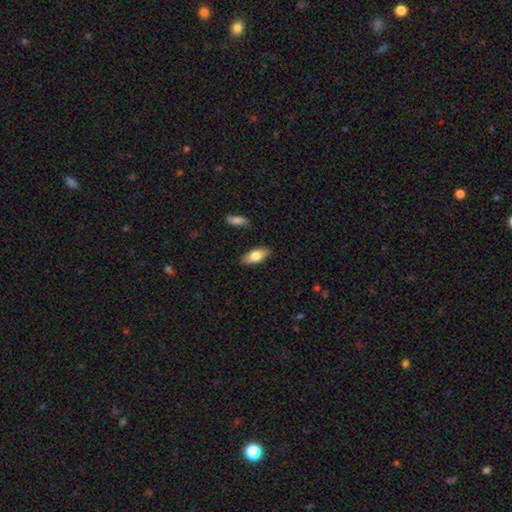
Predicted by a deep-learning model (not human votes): This is likely a smooth galaxy (75%). How rounded: clearly in between (85%). Merging: clearly none (85%).